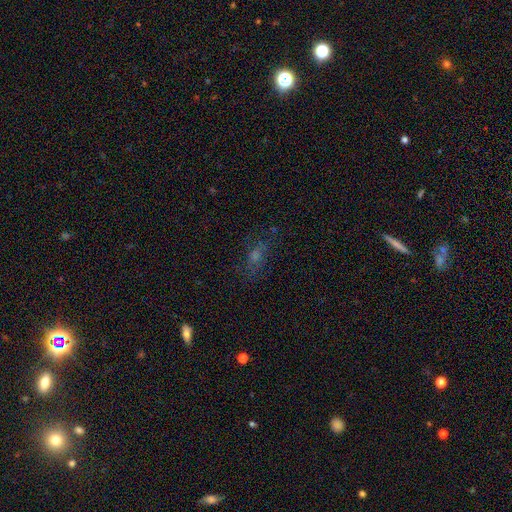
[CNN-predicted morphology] Overall: smooth (39%; star or artifact 32%). Merging: none (72%).